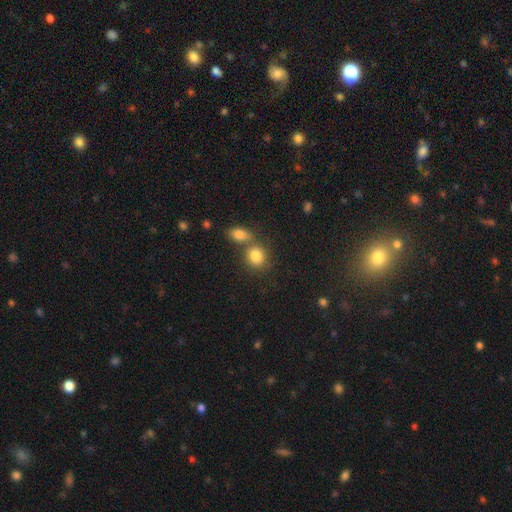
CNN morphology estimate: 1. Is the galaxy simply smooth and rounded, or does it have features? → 83% smooth, 10% star or artifact, 8% featured or disk.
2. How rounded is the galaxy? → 64% round, 35% in between, 1% cigar-shaped.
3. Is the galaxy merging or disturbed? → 49% none, 37% merger, 10% minor disturbance, 4% major disturbance.